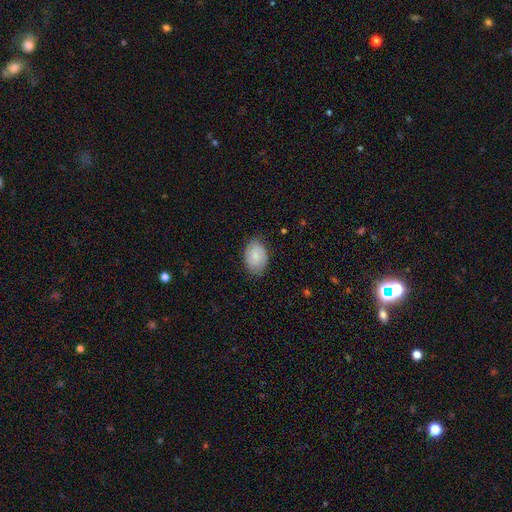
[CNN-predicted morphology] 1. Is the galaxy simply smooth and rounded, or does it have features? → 75% smooth, 19% featured or disk, 7% star or artifact.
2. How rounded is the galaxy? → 83% in between, 16% round, 1% cigar-shaped.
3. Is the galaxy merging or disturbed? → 80% none, 16% minor disturbance, 3% major disturbance, 1% merger.